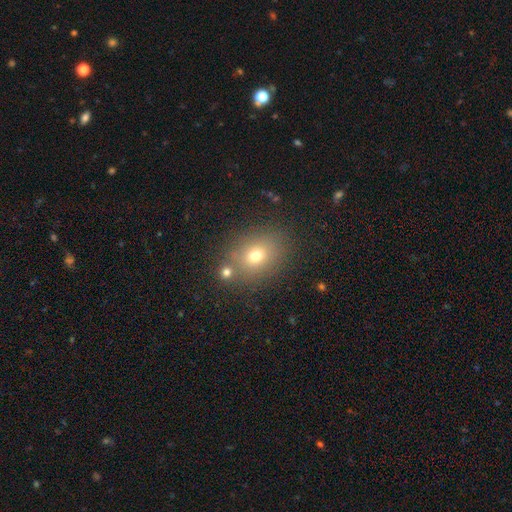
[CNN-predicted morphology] Smooth or featured?
  - smooth: 70% *
  - star or artifact: 16%
  - featured or disk: 14%
How rounded?
  - in between: 51% *
  - round: 48%
  - cigar-shaped: 1%
Merging?
  - none: 74% *
  - minor disturbance: 11%
  - merger: 10%
  - major disturbance: 4%